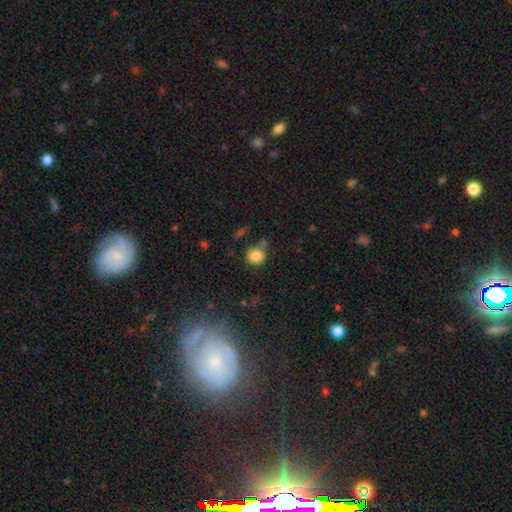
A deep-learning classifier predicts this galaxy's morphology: A smooth galaxy with no disk features (85%) that is round (87%). Merging: none (69%).